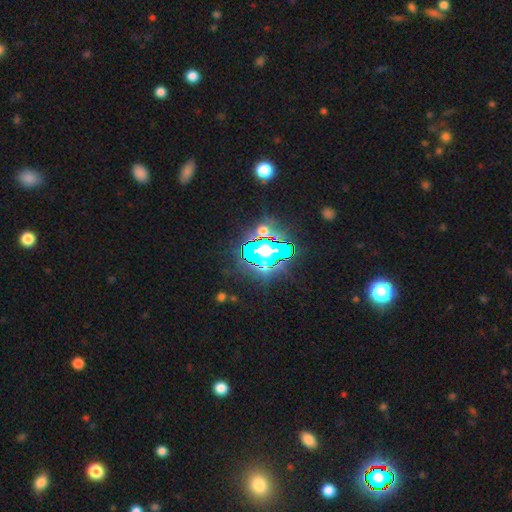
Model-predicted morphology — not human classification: Q: Smooth or featured?
A: star or artifact (64%); runner-up: smooth (19%)